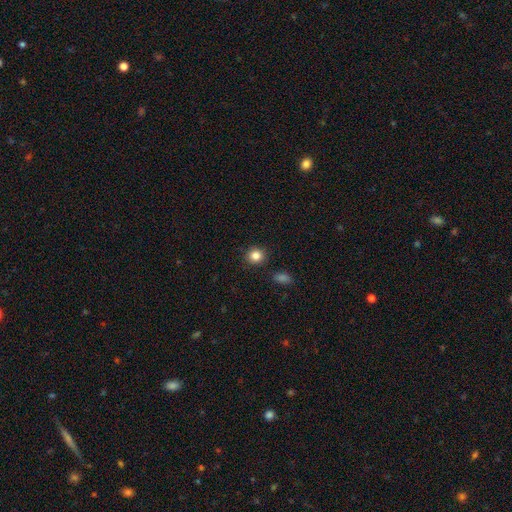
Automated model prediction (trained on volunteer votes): Smooth or featured: smooth — 85% (star or artifact — 10%)
How rounded: round — 86% (in between — 13%)
Merging: none — 89% (minor disturbance — 7%)